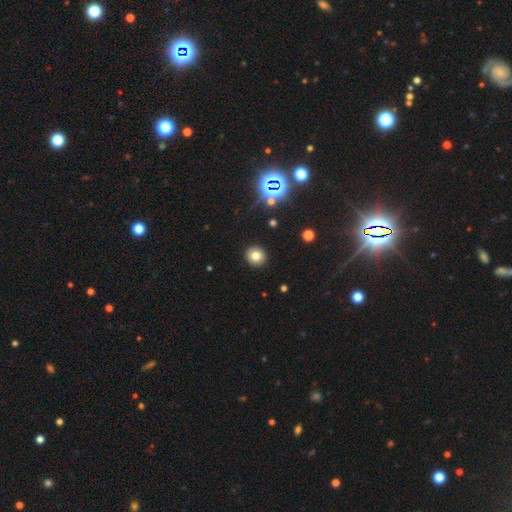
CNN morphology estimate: Overall: smooth (77%). How rounded: round (92%). Merging: none (92%).